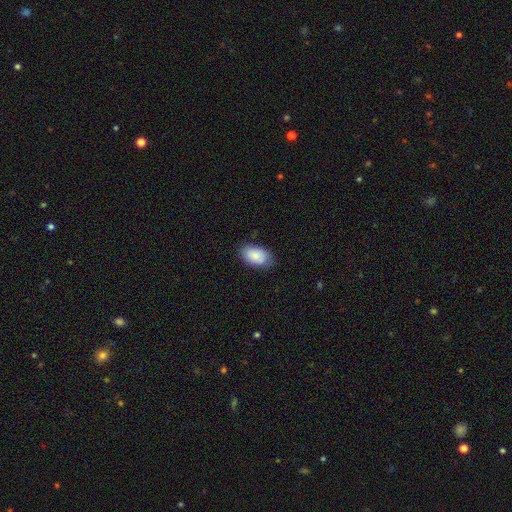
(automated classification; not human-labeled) This is clearly a smooth galaxy (84%). How rounded: clearly in between (93%). Merging: likely none (80%).